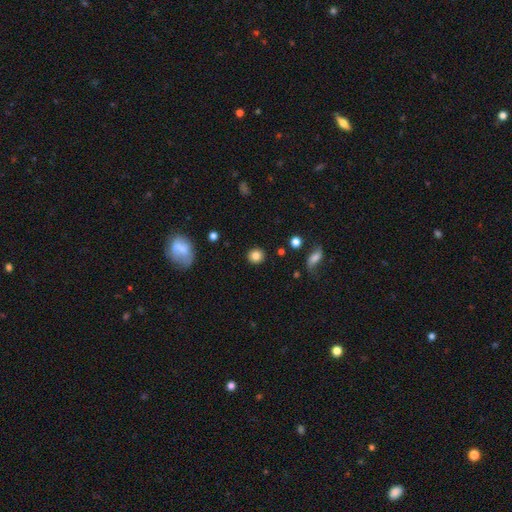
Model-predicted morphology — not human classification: Overall: smooth (83%). How rounded: round (90%). Merging: none (90%).